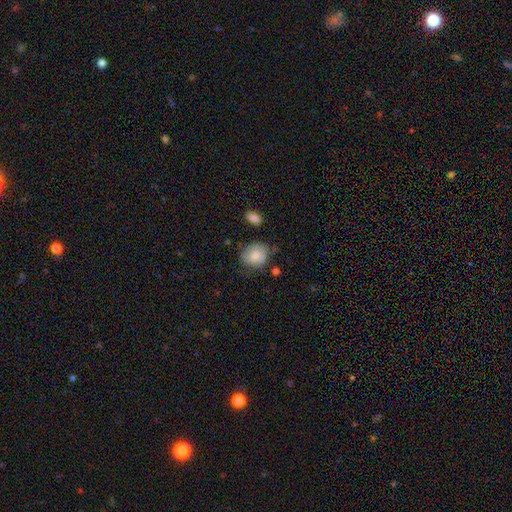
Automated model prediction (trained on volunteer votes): This appears to be a smooth galaxy with no disk features (71%) that is round (58%). Merging: none (58%).